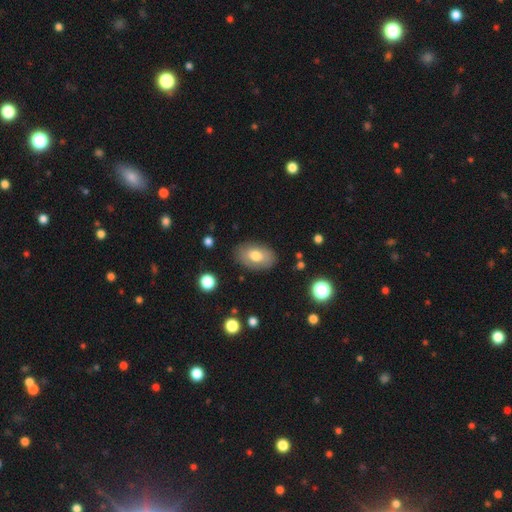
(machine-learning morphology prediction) A smooth galaxy with no disk features (63%) that is in between round and cigar-shaped (88%). Merging: none (81%).